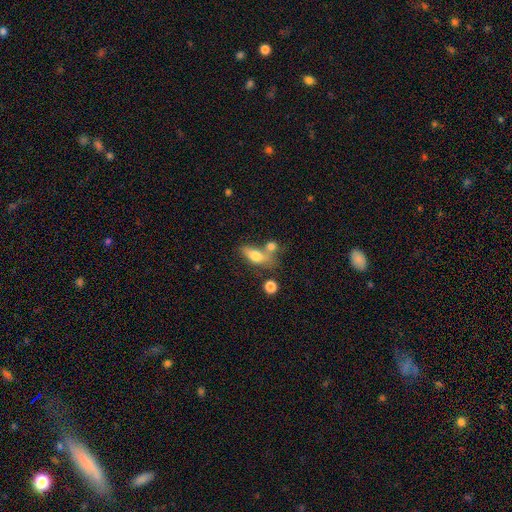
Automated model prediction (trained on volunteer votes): This is likely a smooth galaxy (69%). How rounded: likely in between (73%). Merging: marginally none (39%).